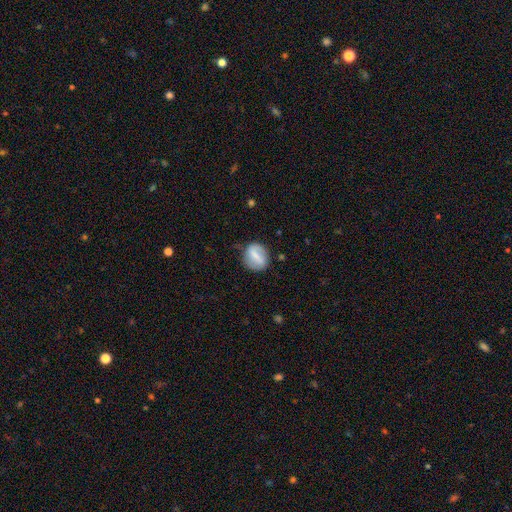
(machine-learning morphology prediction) Smooth or featured? Predicted: smooth (p=0.53). How rounded? Predicted: round (p=0.54). Merging? Predicted: none (p=0.76).